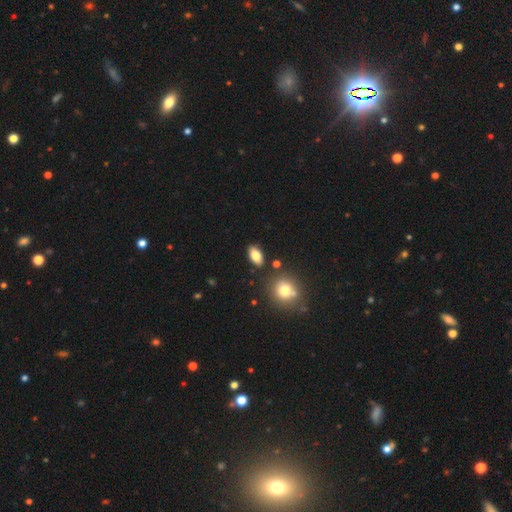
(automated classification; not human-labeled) This appears to be a smooth galaxy with no disk features (81%) that is in between round and cigar-shaped (90%). Merging: none (85%).